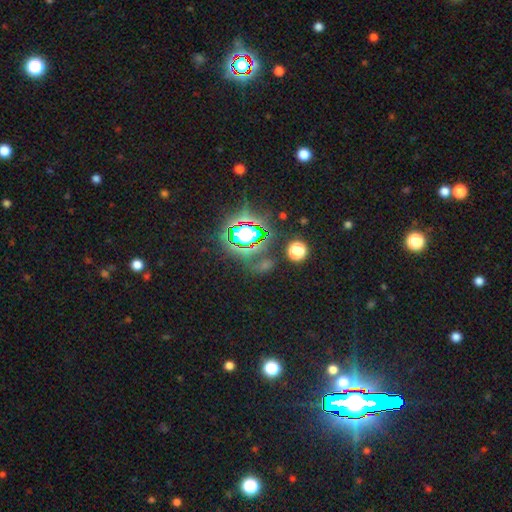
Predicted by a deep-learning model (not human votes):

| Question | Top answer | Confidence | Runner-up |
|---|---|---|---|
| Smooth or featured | star or artifact | 85% | smooth (8%) |